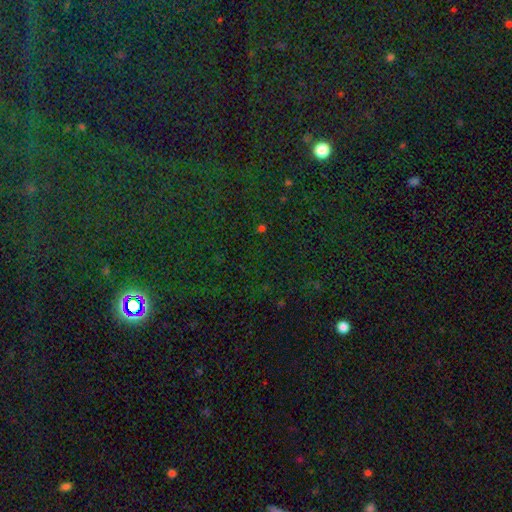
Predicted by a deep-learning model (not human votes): Morphology: type=star or artifact (80%).